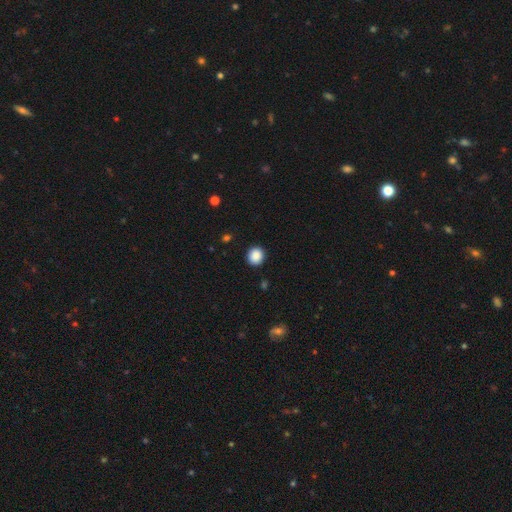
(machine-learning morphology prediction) Q: Smooth or featured?
A: smooth (88%); runner-up: star or artifact (9%)
Q: How rounded?
A: round (85%); runner-up: in between (14%)
Q: Merging?
A: none (90%); runner-up: minor disturbance (6%)